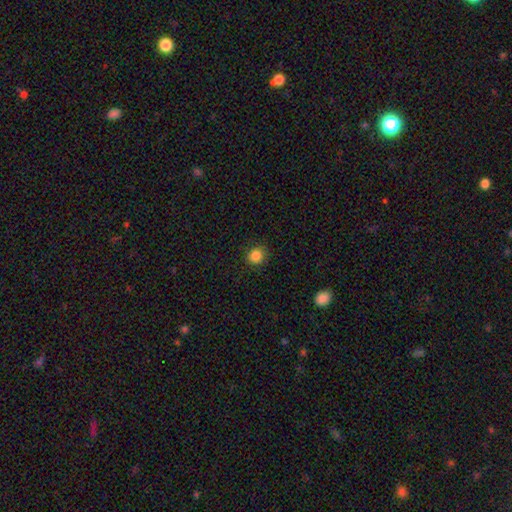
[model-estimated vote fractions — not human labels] Smooth or featured? Predicted: smooth (p=0.85). How rounded? Predicted: round (p=0.89). Merging? Predicted: none (p=0.89).